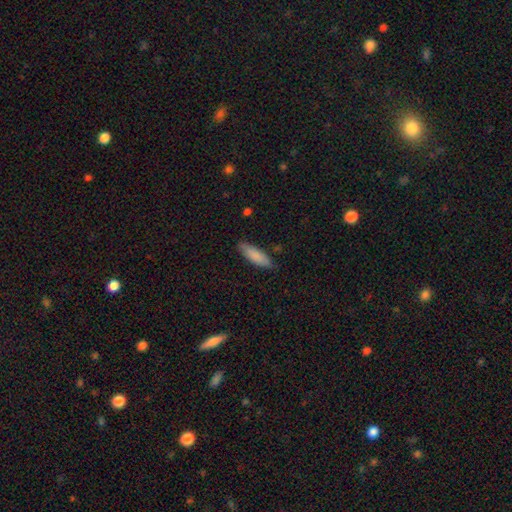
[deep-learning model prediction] The model was most divided on "how rounded": cigar-shaped: 51%, in between: 48%, round: 1%. More confident: smooth or featured — smooth (86%); merging — none (82%).